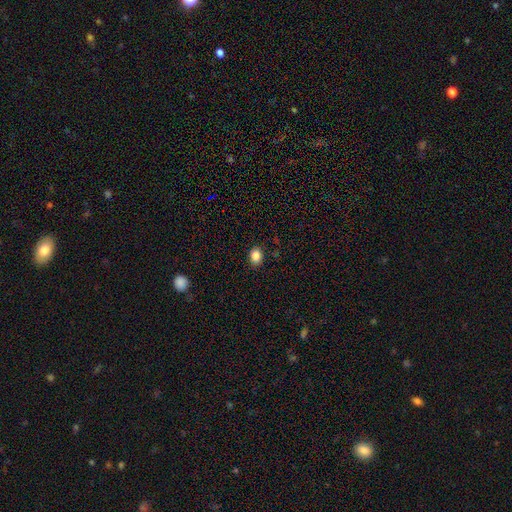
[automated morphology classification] The model was most divided on "how rounded": in between: 58%, round: 41%, cigar-shaped: 1%. More confident: merging — none (88%); smooth or featured — smooth (86%).